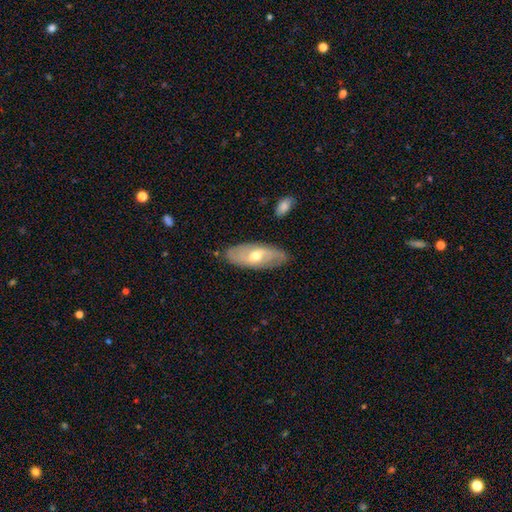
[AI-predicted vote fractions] Smooth or featured?
  - featured or disk: 62% *
  - smooth: 31%
  - star or artifact: 7%
Edge-on disk?
  - no: 83% *
  - yes: 17%
Bar?
  - weak: 43% *
  - no: 42%
  - strong: 15%
Spiral arms?
  - yes: 67% *
  - no: 33%
Bulge size?
  - moderate: 71% *
  - small: 23%
  - large: 4%
  - none: 1%
  - dominant: 1%
Merging?
  - none: 82% *
  - minor disturbance: 13%
  - major disturbance: 3%
  - merger: 1%